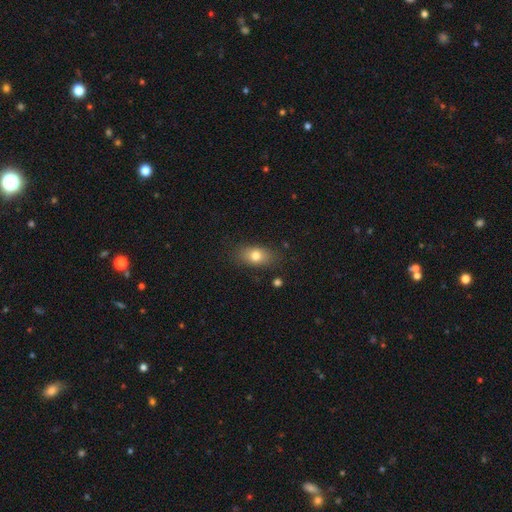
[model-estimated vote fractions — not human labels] smooth-or-featured: smooth: 77% | featured or disk: 13% | star or artifact: 9%
  how-rounded: in between: 80% | round: 15% | cigar-shaped: 5%
  merging: none: 82% | minor disturbance: 13% | major disturbance: 4% | merger: 2%